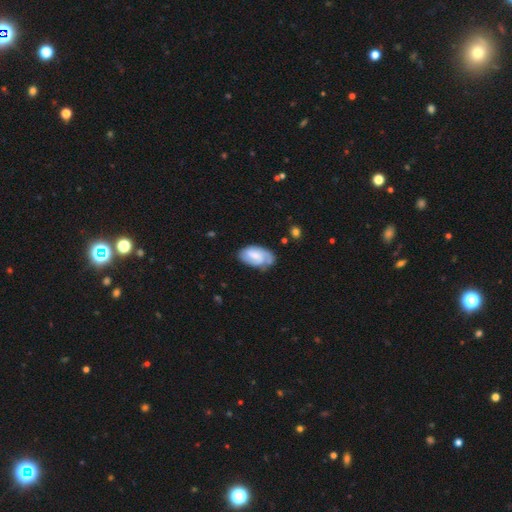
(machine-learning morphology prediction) Overall: featured or disk (54%; smooth 39%). Edge-on disk: no (96%). Bar: no (49%; weak 41%). Spiral arms: yes (86%). Bulge size: small (42%; moderate 29%). Merging: none (56%; minor disturbance 30%).